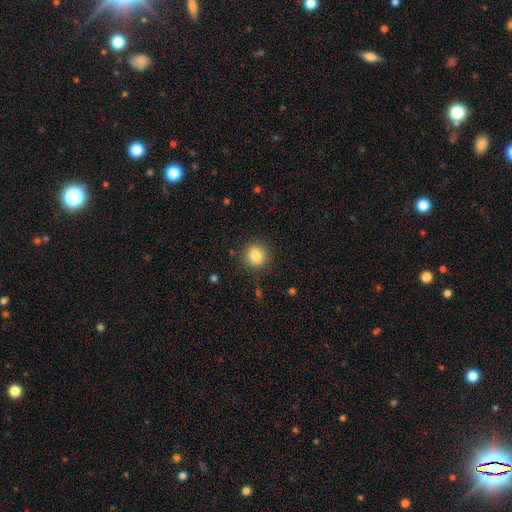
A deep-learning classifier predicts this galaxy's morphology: Smooth or featured?
  - smooth: 85% *
  - star or artifact: 10%
  - featured or disk: 5%
How rounded?
  - round: 86% *
  - in between: 13%
  - cigar-shaped: 1%
Merging?
  - none: 88% *
  - minor disturbance: 8%
  - major disturbance: 3%
  - merger: 1%